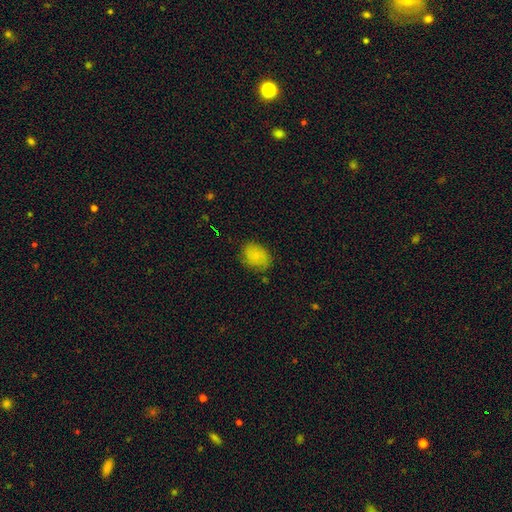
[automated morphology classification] The model was most divided on "how rounded": in between: 63%, round: 36%, cigar-shaped: 1%. More confident: smooth or featured — smooth (76%); merging — none (72%).